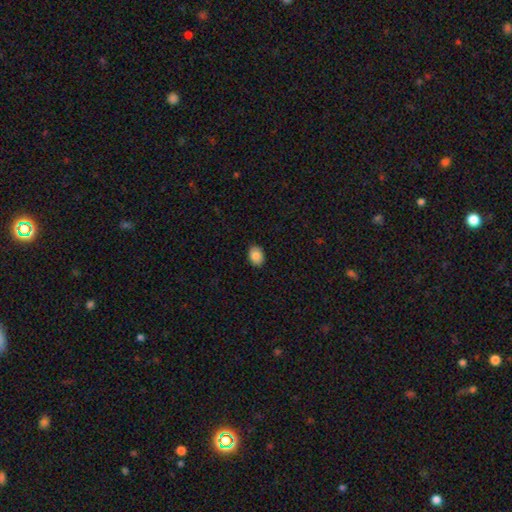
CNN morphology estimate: Smooth or featured? smooth (85%)
How rounded? in between (72%)
Merging? none (90%)